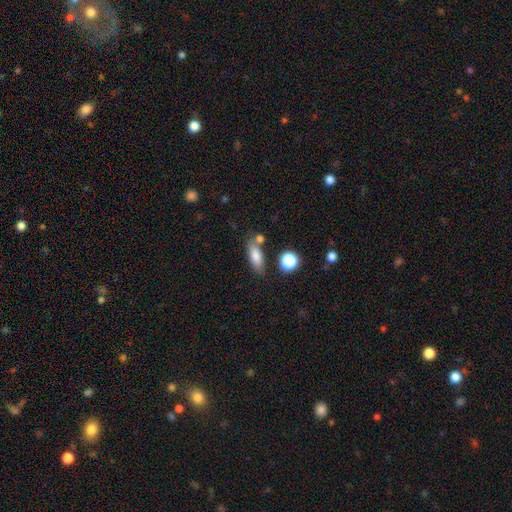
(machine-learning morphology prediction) Smooth or featured? smooth (78%)
How rounded? in between (69%)
Merging? none (69%)